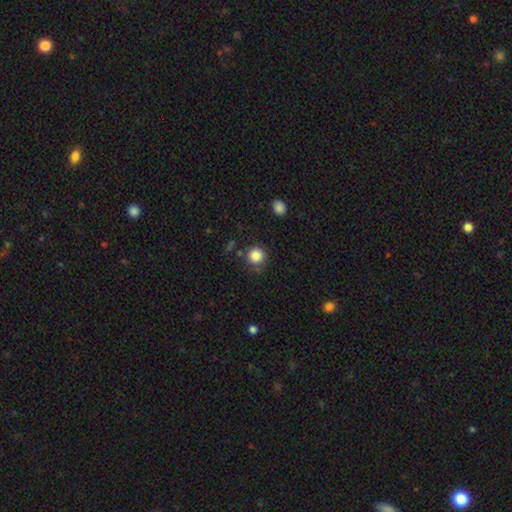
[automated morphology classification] smooth-or-featured: smooth: 85% | star or artifact: 10% | featured or disk: 4%
  how-rounded: round: 93% | in between: 6% | cigar-shaped: 1%
  merging: none: 79% | minor disturbance: 13% | major disturbance: 4% | merger: 4%